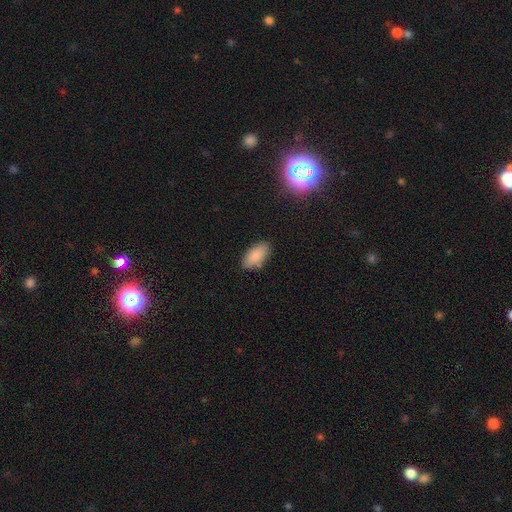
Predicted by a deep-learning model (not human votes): This is clearly a smooth galaxy (87%). How rounded: clearly in between (92%). Merging: clearly none (82%).